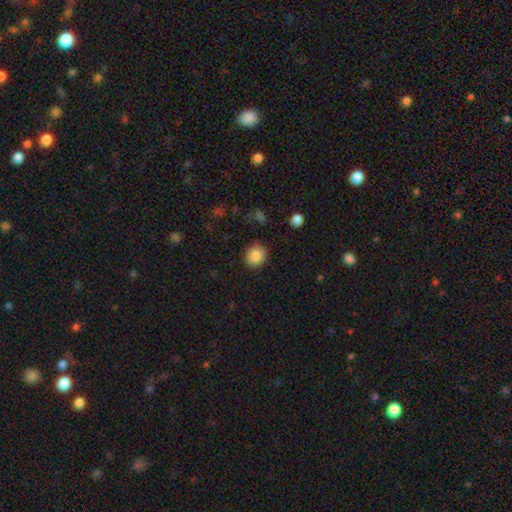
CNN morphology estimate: The model was most divided on "how rounded": round: 83%, in between: 16%, cigar-shaped: 1%. More confident: merging — none (88%); smooth or featured — smooth (85%).